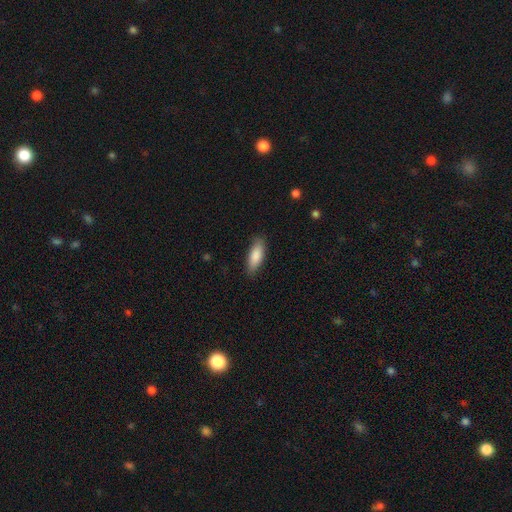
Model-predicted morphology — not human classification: A smooth galaxy with no disk features (86%) that is in between round and cigar-shaped (67%). Merging: none (84%).